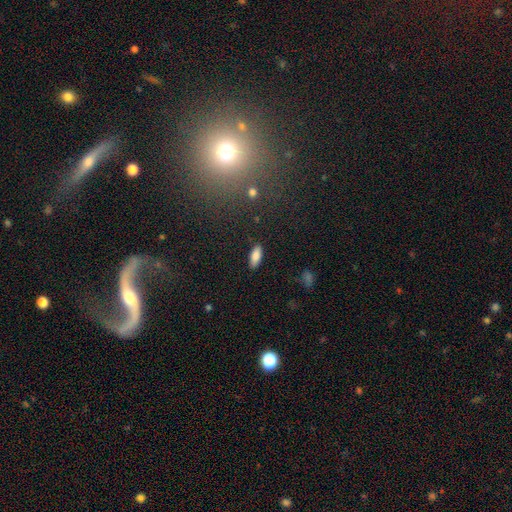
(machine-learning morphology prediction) This is clearly a smooth galaxy (85%). How rounded: likely in between (74%). Merging: clearly none (88%).